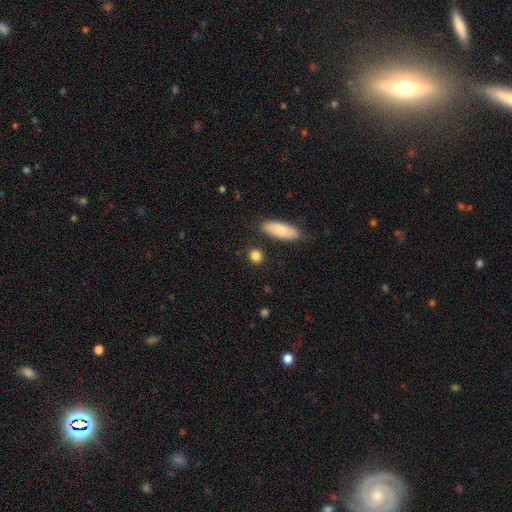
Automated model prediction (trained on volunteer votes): This is clearly a smooth galaxy (84%). How rounded: likely round (63%). Merging: clearly none (83%).